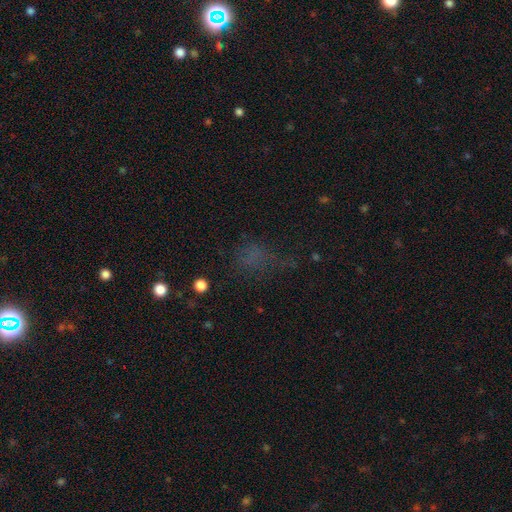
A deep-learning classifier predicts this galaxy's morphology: Overall: smooth (50%; star or artifact 33%). Merging: none (46%; major disturbance 30%).